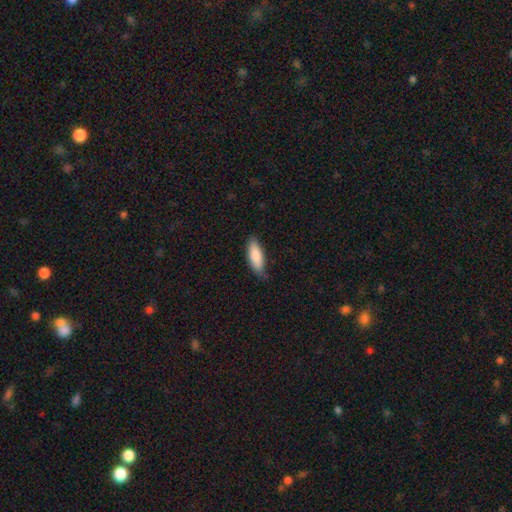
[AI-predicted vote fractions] Morphology: type=smooth (85%); roundness=in between (66%); merging=none (75%).